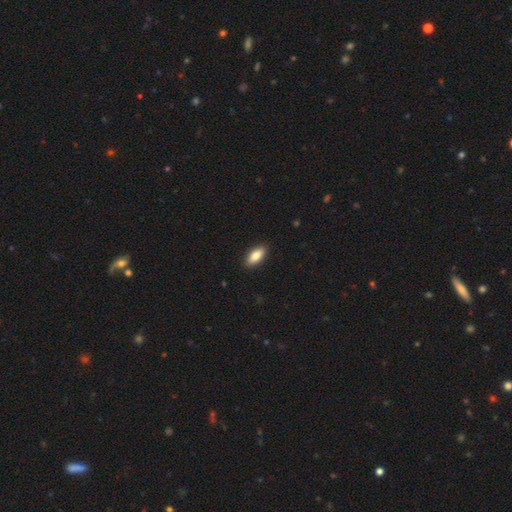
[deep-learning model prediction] Smooth or featured? smooth (85%)
How rounded? in between (87%)
Merging? none (90%)